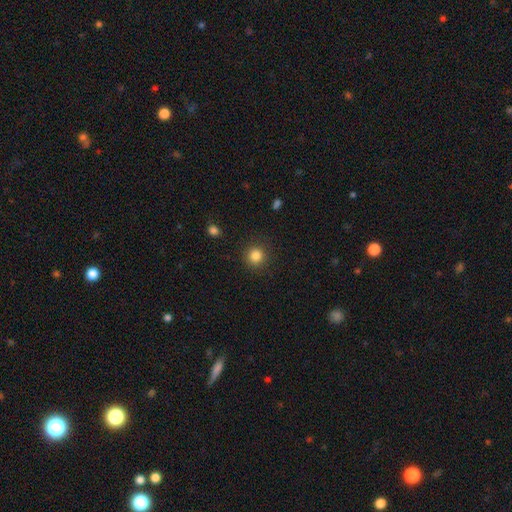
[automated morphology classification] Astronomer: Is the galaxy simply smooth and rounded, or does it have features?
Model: smooth — 84%.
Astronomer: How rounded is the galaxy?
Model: round — 93%.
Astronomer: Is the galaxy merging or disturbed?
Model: none — 89%.